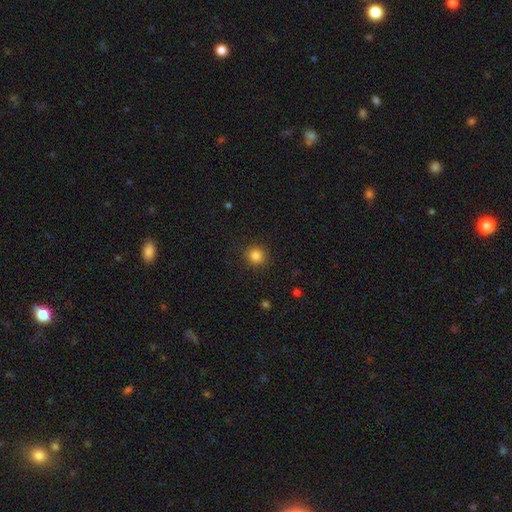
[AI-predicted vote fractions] smooth 84%, star or artifact 12%, featured or disk 4%. Down the decision tree: how rounded — round (91%); merging — none (90%).